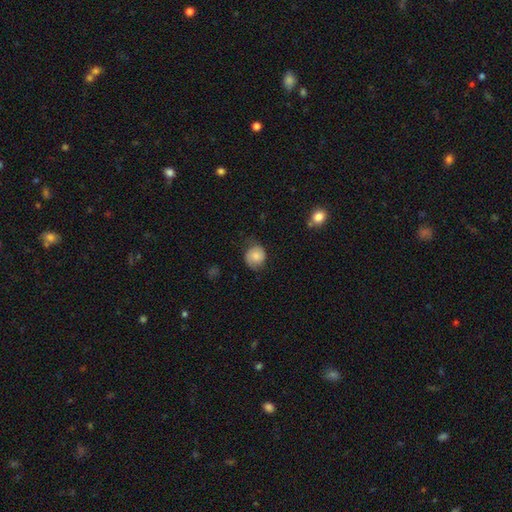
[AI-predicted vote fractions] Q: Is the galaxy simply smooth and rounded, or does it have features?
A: smooth — 78%.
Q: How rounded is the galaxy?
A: round — 78%.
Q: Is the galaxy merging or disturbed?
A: none — 65%.